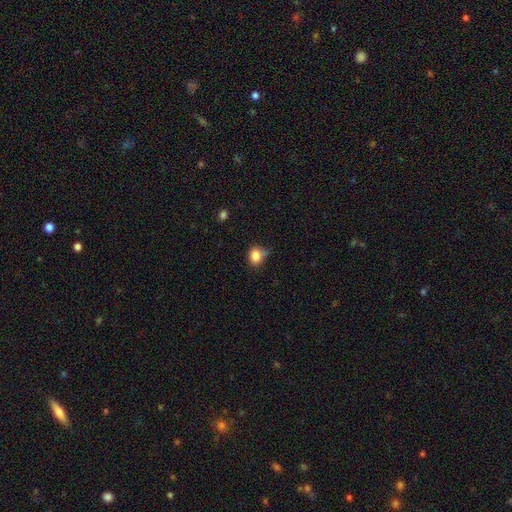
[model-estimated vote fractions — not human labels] Smooth or featured? Predicted: smooth (p=0.83). How rounded? Predicted: round (p=0.57). Merging? Predicted: none (p=0.51).